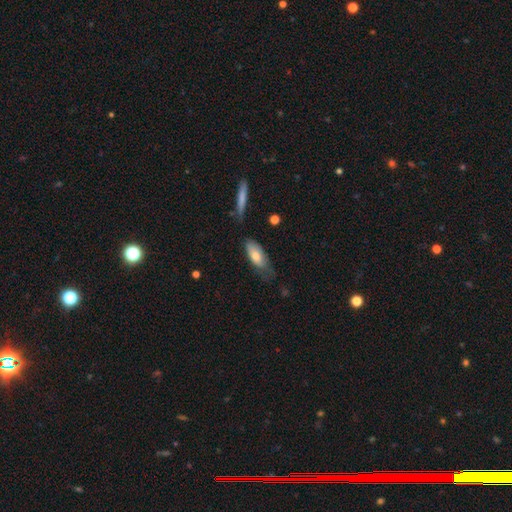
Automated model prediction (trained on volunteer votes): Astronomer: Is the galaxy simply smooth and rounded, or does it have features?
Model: smooth — 73%.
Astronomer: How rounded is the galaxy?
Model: in between — 76%.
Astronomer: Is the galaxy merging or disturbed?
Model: none — 48% (runner-up: minor disturbance, 35%).